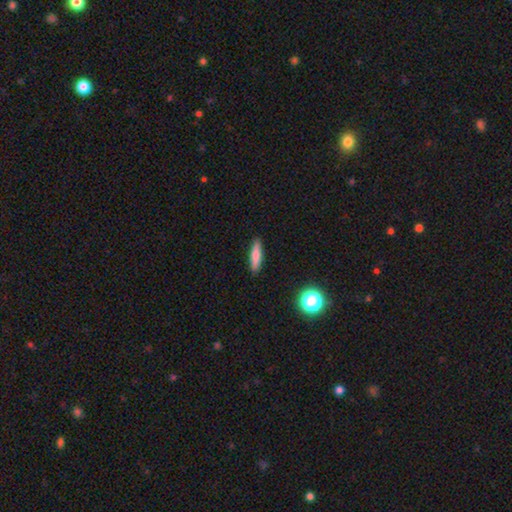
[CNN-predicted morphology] type=smooth (75%); roundness=cigar-shaped (77%); merging=none (89%).